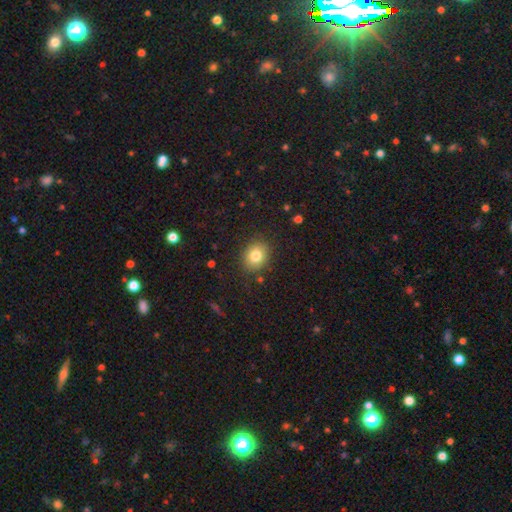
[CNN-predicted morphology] This appears to be a smooth galaxy with no disk features (80%) that is round (63%). Merging: none (87%).